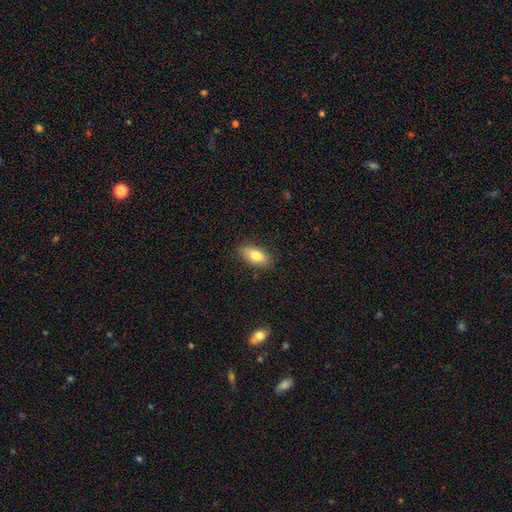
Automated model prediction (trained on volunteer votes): The model was most divided on "smooth or featured": smooth: 80%, featured or disk: 13%, star or artifact: 7%. More confident: how rounded — in between (87%); merging — none (86%).